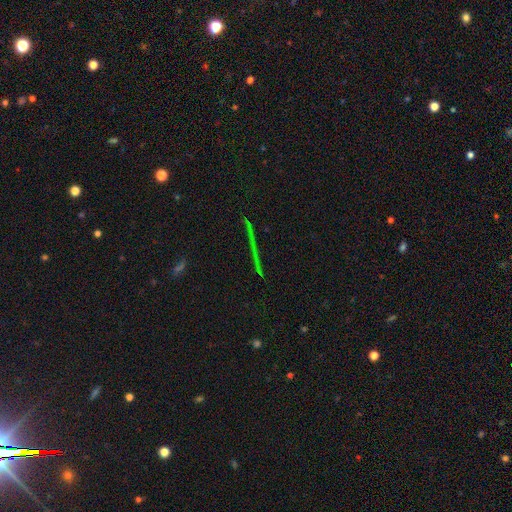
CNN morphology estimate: This appears to be a star or artifact, not a galaxy (65%).